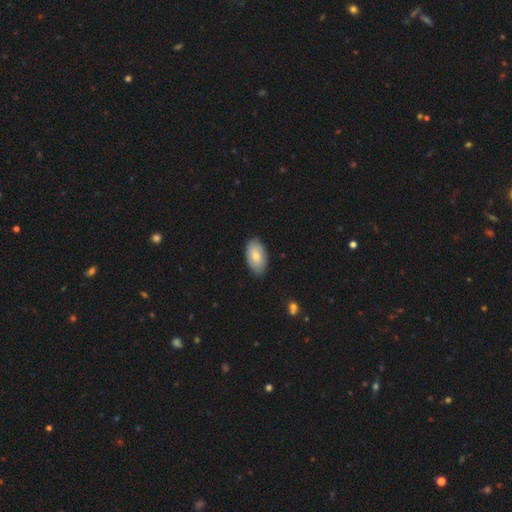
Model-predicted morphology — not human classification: Smooth or featured?
  - smooth: 79% *
  - featured or disk: 16%
  - star or artifact: 6%
How rounded?
  - in between: 95% *
  - round: 3%
  - cigar-shaped: 2%
Merging?
  - none: 85% *
  - minor disturbance: 12%
  - major disturbance: 2%
  - merger: 1%